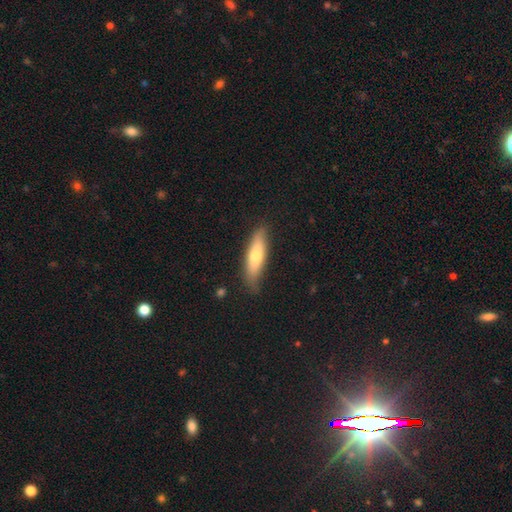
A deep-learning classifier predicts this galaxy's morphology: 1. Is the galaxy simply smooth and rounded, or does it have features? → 63% smooth, 31% featured or disk, 6% star or artifact.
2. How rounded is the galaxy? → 65% cigar-shaped, 33% in between, 2% round.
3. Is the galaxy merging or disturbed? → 82% none, 14% minor disturbance, 3% major disturbance, 1% merger.